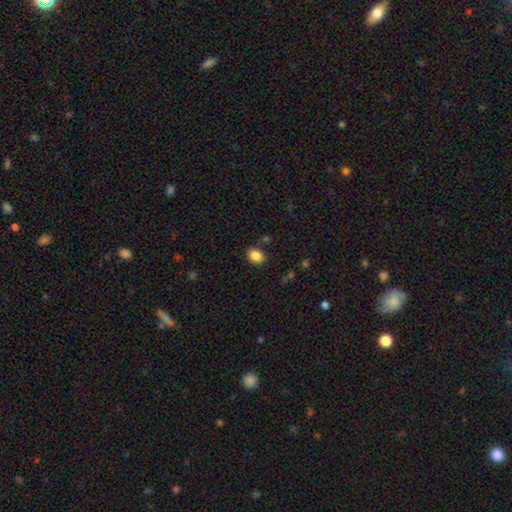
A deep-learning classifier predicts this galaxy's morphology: The model was most divided on "how rounded": in between: 66%, round: 33%, cigar-shaped: 1%. More confident: smooth or featured — smooth (86%); merging — none (80%).